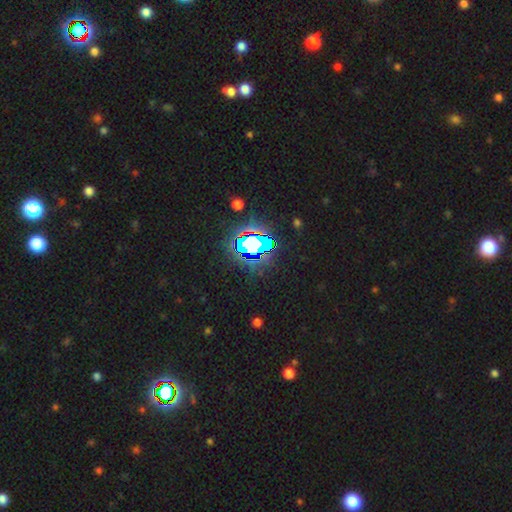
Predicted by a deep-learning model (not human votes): star or artifact 83%, smooth 10%, featured or disk 7%.